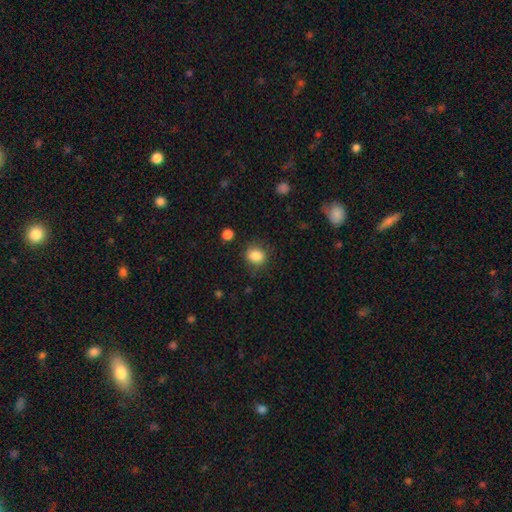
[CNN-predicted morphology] A smooth galaxy with no disk features (85%) that is round (64%).

Vote fractions:
- Smooth or featured? smooth: 85% / star or artifact: 10% / featured or disk: 5%
- How rounded? round: 64% / in between: 35% / cigar-shaped: 1%
- Merging? none: 76% / minor disturbance: 16% / major disturbance: 5% / merger: 2%